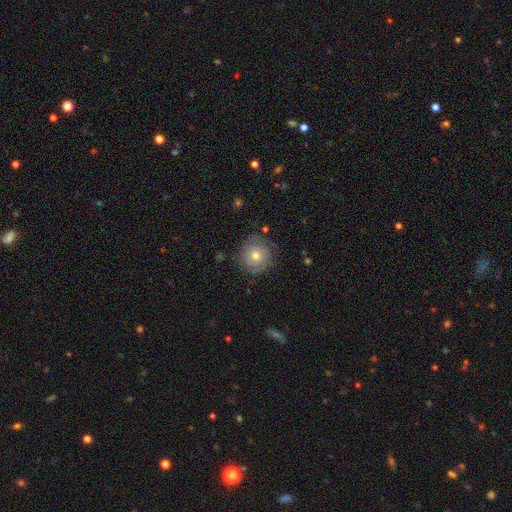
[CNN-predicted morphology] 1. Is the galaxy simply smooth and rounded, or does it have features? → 53% smooth, 36% featured or disk, 11% star or artifact.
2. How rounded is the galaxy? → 93% round, 6% in between, 1% cigar-shaped.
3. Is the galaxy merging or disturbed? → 80% none, 14% minor disturbance, 5% major disturbance, 1% merger.